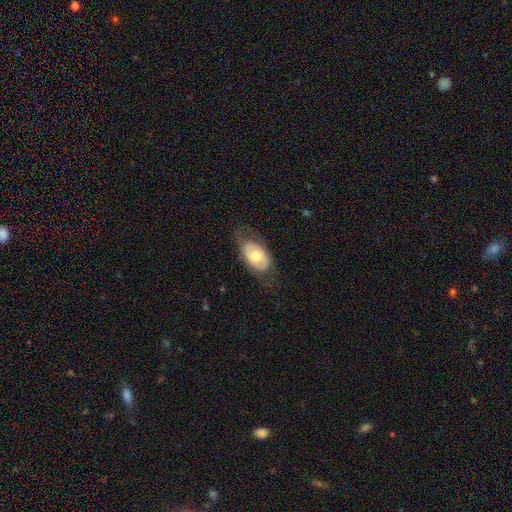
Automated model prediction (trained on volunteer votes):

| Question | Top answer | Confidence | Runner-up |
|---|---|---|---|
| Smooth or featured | smooth | 48% | featured or disk (47%) |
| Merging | none | 65% | minor disturbance (22%) |